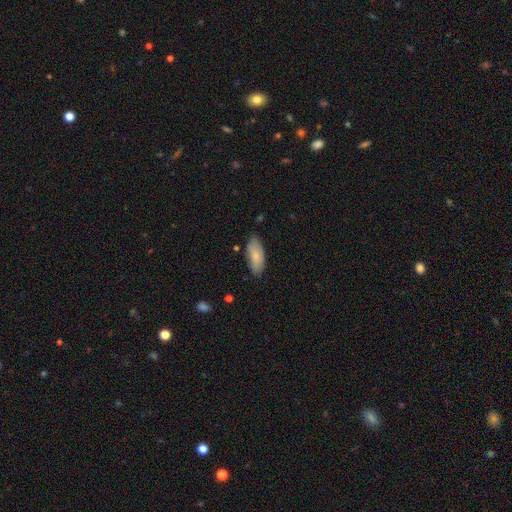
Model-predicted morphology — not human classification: The model was most divided on "how rounded": in between: 80%, cigar-shaped: 19%, round: 2%. More confident: smooth or featured — smooth (82%); merging — none (79%).